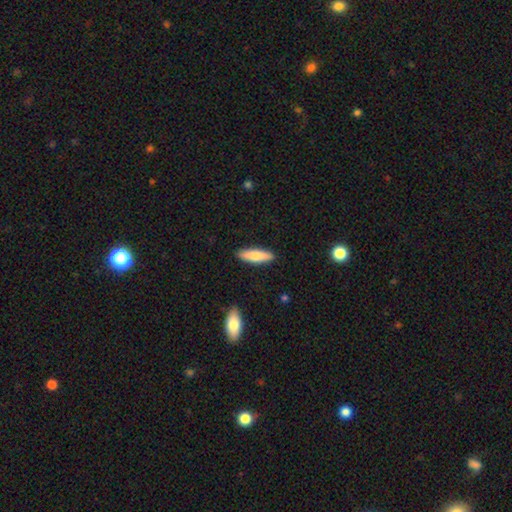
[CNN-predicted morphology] smooth-or-featured: smooth: 73% | featured or disk: 21% | star or artifact: 5%
  how-rounded: cigar-shaped: 62% | in between: 37% | round: 2%
  merging: none: 89% | minor disturbance: 8% | major disturbance: 2% | merger: 1%